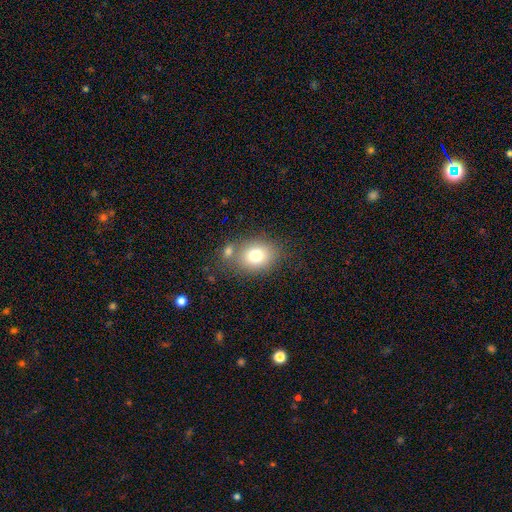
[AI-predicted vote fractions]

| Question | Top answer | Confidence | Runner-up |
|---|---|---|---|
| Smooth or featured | smooth | 77% | featured or disk (13%) |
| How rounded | in between | 55% | round (44%) |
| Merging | none | 64% | merger (18%) |